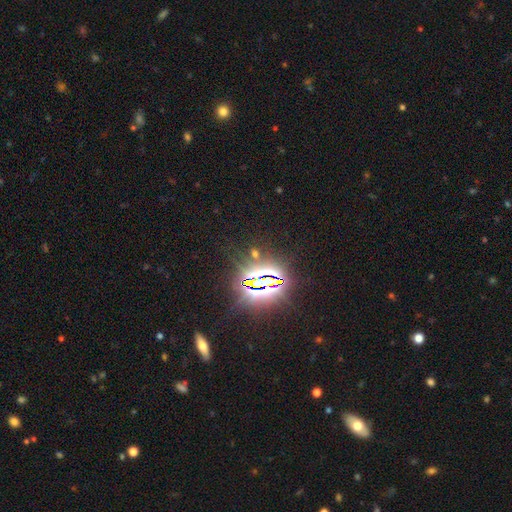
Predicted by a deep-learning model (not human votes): Smooth or featured? Predicted: star or artifact (p=0.84).